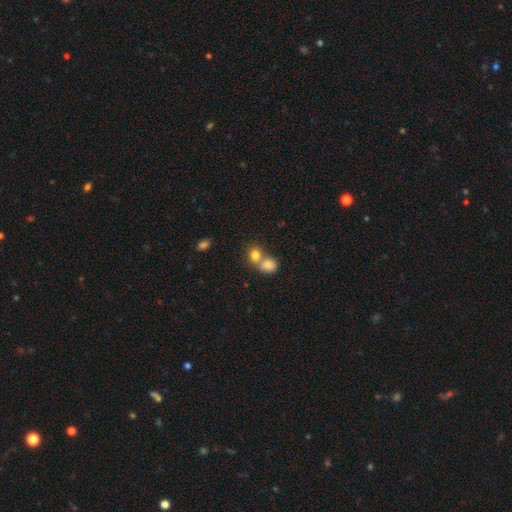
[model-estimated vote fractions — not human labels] Morphology: type=smooth (80%); roundness=round (68%); merging=merger (57%).